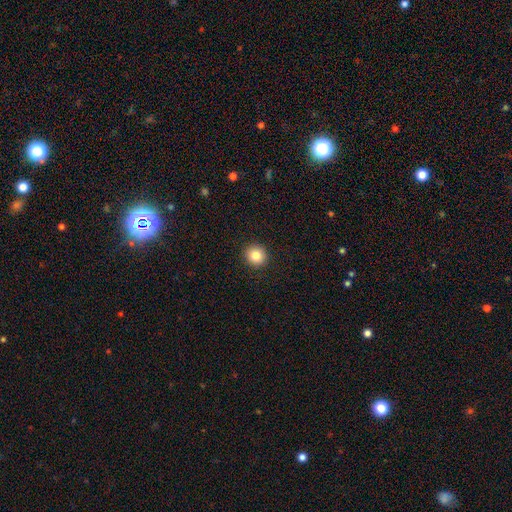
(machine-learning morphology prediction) smooth-or-featured: smooth: 84% | star or artifact: 10% | featured or disk: 6%
  how-rounded: round: 92% | in between: 7% | cigar-shaped: 1%
  merging: none: 93% | minor disturbance: 5% | major disturbance: 2% | merger: 1%